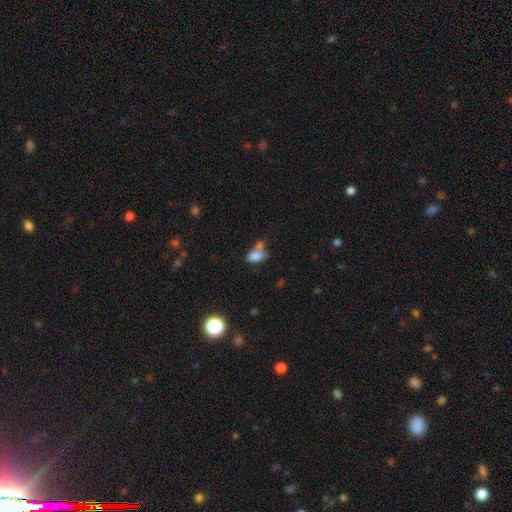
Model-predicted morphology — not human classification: Smooth or featured?
  - smooth: 78% *
  - star or artifact: 12%
  - featured or disk: 10%
How rounded?
  - in between: 85% *
  - round: 12%
  - cigar-shaped: 3%
Merging?
  - merger: 42% *
  - none: 33%
  - minor disturbance: 16%
  - major disturbance: 9%